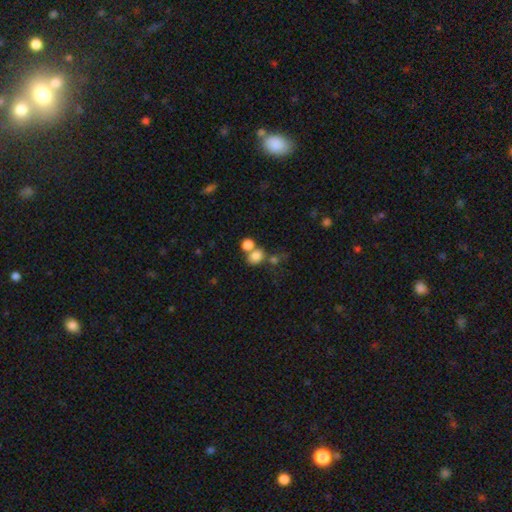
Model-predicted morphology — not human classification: The model was most divided on "merging" (2-way tie): none: 42%, merger: 42%, minor disturbance: 10%, major disturbance: 6%. More confident: smooth or featured — smooth (78%); how rounded — round (60%).